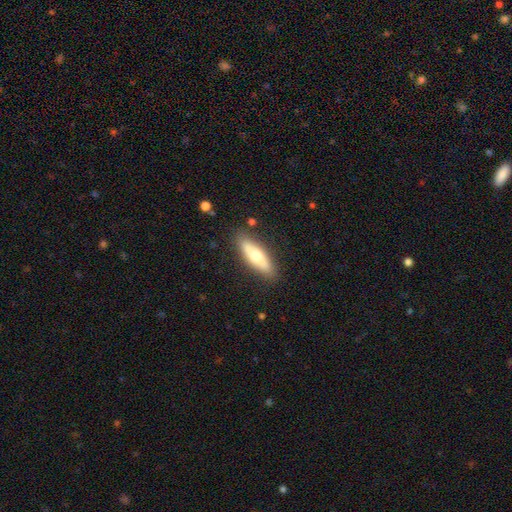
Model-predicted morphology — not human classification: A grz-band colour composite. It shows a smooth galaxy with no disk features (62%) that is cigar-shaped (50%). Merging: none (85%).